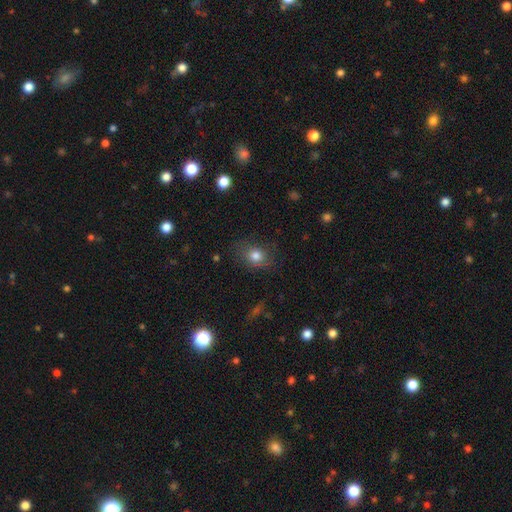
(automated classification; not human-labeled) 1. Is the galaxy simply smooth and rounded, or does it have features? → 76% smooth, 12% featured or disk, 12% star or artifact.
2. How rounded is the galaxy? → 50% round, 49% in between, 1% cigar-shaped.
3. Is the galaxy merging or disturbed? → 74% none, 18% minor disturbance, 7% major disturbance, 1% merger.